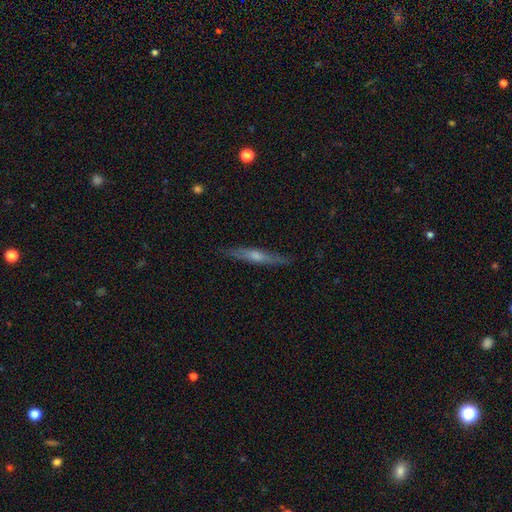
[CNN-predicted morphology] Overall: featured or disk (62%; smooth 32%). Edge-on disk: yes (94%). Edge-on bulge: rounded (70%). Merging: none (87%).